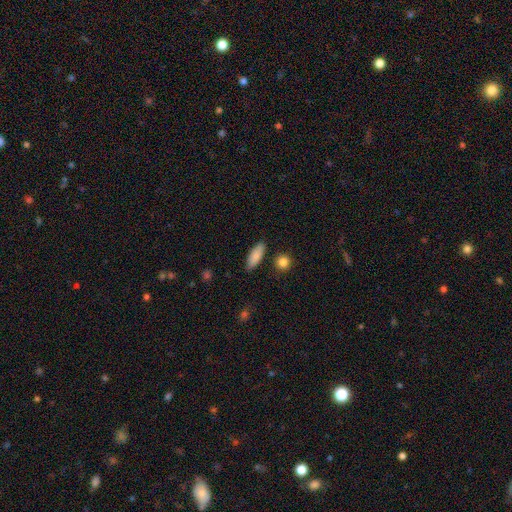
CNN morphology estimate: type=smooth (86%); roundness=in between (65%); merging=none (84%).